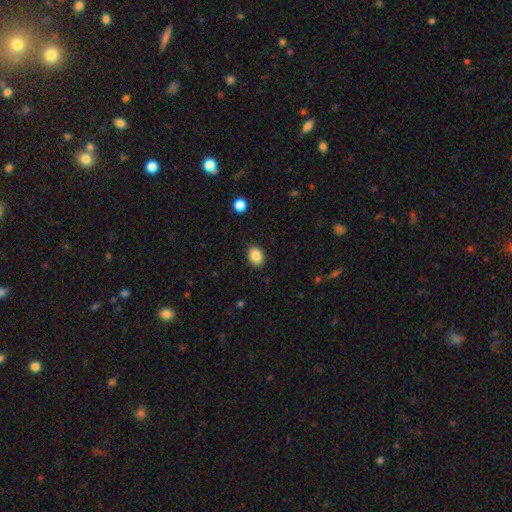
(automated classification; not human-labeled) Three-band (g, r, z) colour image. It shows a smooth galaxy with no disk features (87%) that is in between round and cigar-shaped (70%). Merging: none (89%).